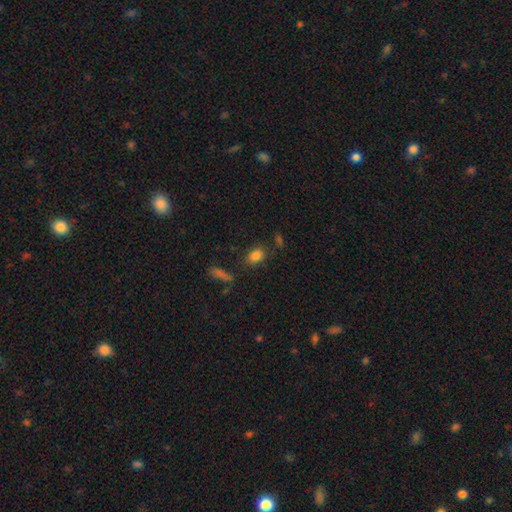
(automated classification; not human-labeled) Smooth or featured? smooth (83%)
How rounded? in between (75%)
Merging? none (78%)